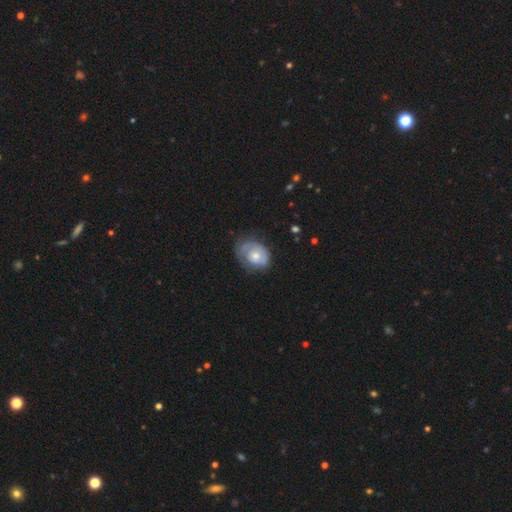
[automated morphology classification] Overall: featured or disk (51%; smooth 43%). Edge-on disk: no (96%). Merging: none (57%; minor disturbance 28%).